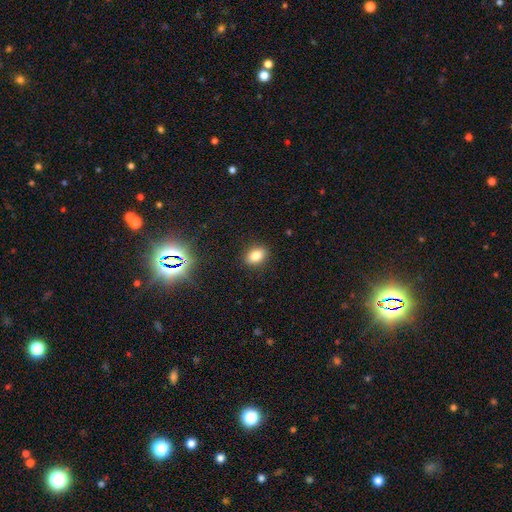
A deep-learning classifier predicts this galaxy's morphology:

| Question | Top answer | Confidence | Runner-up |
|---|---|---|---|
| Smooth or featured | smooth | 82% | star or artifact (11%) |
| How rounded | in between | 80% | round (18%) |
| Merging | none | 88% | minor disturbance (8%) |